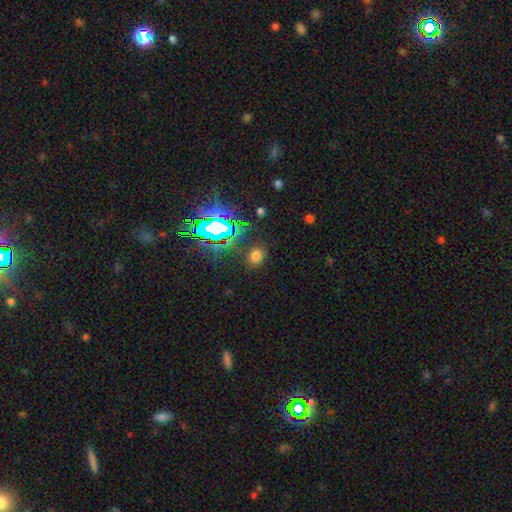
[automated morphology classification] The model was most divided on "how rounded": round: 59%, in between: 40%, cigar-shaped: 1%. More confident: merging — none (85%); smooth or featured — smooth (65%).